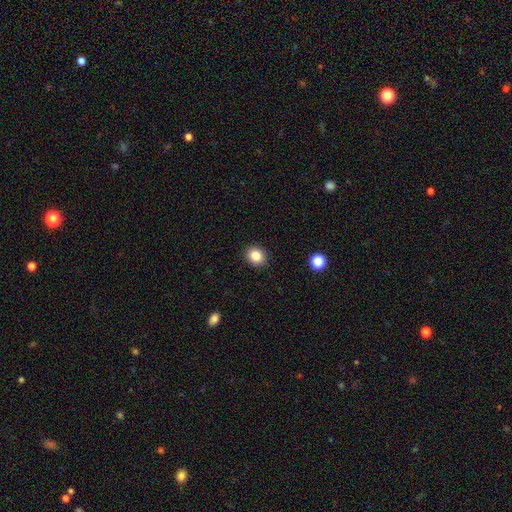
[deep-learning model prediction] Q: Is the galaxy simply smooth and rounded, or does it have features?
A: smooth — 86%.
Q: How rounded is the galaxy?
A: round — 66%.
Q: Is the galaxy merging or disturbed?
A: none — 91%.